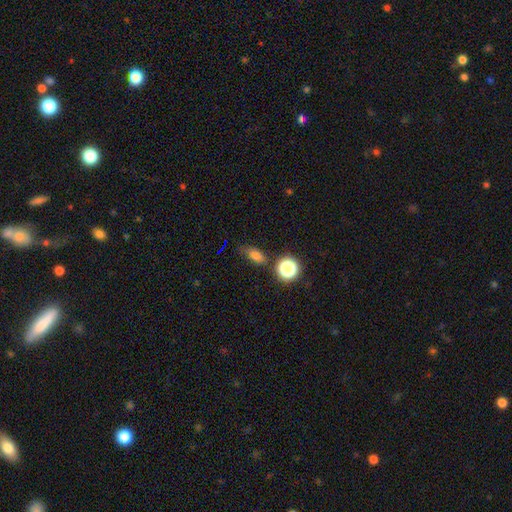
Smooth or featured?
  - smooth: 74% *
  - featured or disk: 18%
  - star or artifact: 8%
How rounded?
  - in between: 68% *
  - round: 29%
  - cigar-shaped: 4%
Merging?
  - none: 51% *
  - minor disturbance: 29%
  - merger: 11%
  - major disturbance: 9%